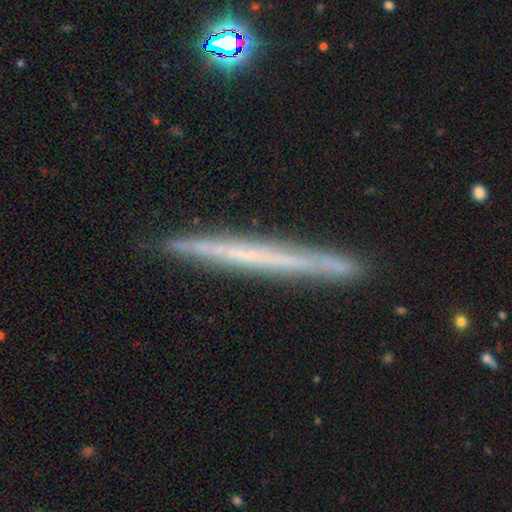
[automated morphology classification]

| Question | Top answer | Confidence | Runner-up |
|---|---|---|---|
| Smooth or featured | featured or disk | 59% | smooth (32%) |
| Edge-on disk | yes | 96% | no (4%) |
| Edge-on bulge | none | 91% | rounded (6%) |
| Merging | none | 87% | minor disturbance (9%) |